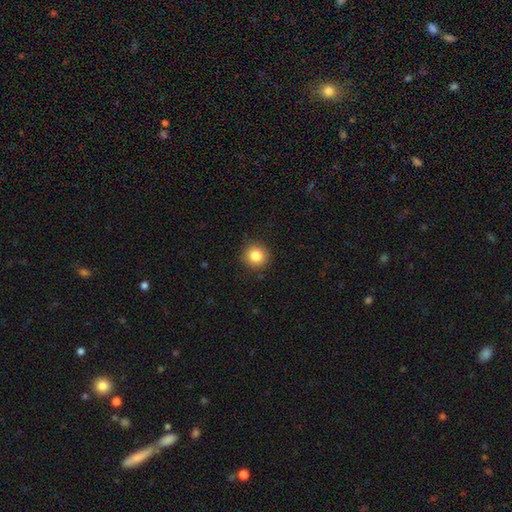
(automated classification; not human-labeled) Smooth or featured? Predicted: smooth (p=0.85). How rounded? Predicted: round (p=0.93). Merging? Predicted: none (p=0.90).